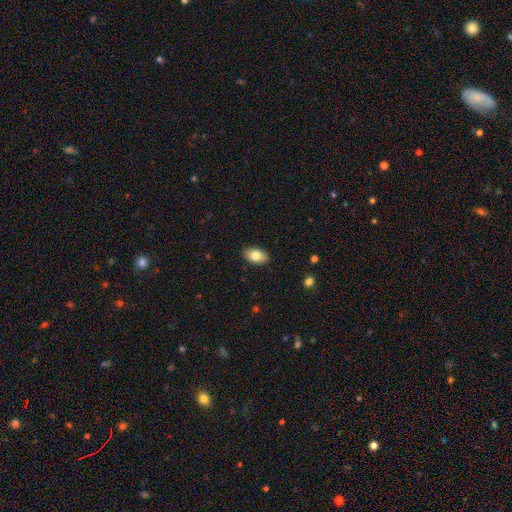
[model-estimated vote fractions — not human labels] A smooth galaxy with no disk features (81%) that is in between round and cigar-shaped (92%). Merging: none (89%).